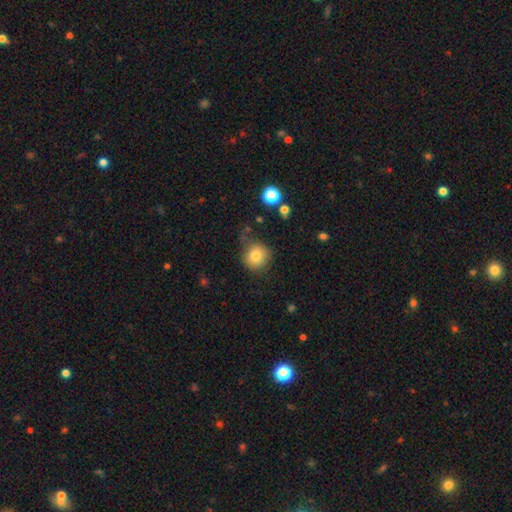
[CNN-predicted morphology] smooth-or-featured: smooth: 80% | star or artifact: 11% | featured or disk: 9%
  how-rounded: round: 91% | in between: 8% | cigar-shaped: 1%
  merging: none: 74% | minor disturbance: 17% | major disturbance: 6% | merger: 3%